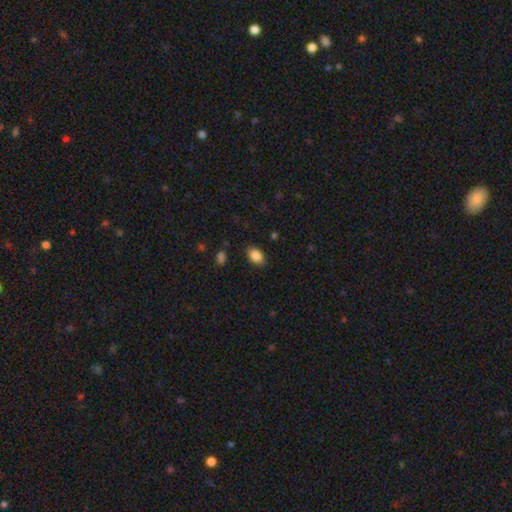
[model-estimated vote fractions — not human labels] smooth_or_featured: smooth (p=0.88) [alt: star or artifact p=0.08]
how_rounded: in between (p=0.88) [alt: round p=0.10]
merging: none (p=0.86) [alt: minor disturbance p=0.10]